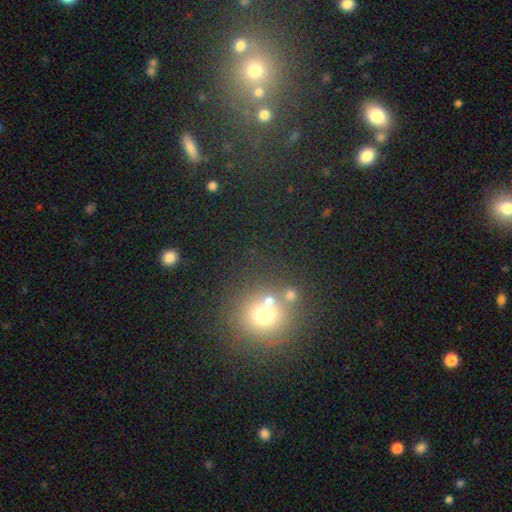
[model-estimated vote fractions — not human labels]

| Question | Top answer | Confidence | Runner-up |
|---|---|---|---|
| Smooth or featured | smooth | 51% | star or artifact (39%) |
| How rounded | round | 86% | in between (12%) |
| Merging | none | 74% | merger (14%) |